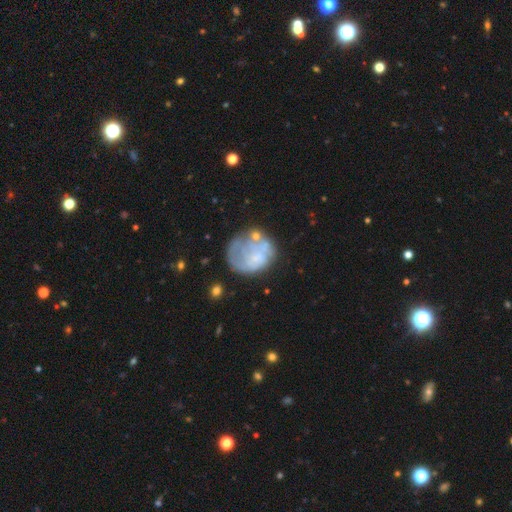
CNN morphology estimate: Overall: featured or disk (53%; smooth 38%). Edge-on disk: no (98%). Bar: no (85%). Spiral arms: no (65%; yes 35%). Bulge size: none (58%; small 21%). Merging: none (45%; minor disturbance 24%).